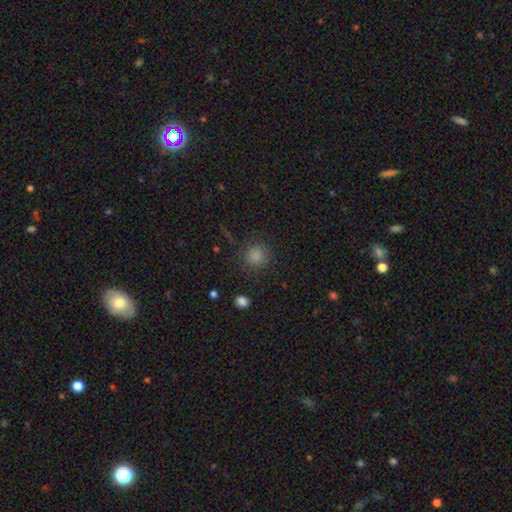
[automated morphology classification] type=smooth (83%); roundness=round (90%); merging=none (85%).